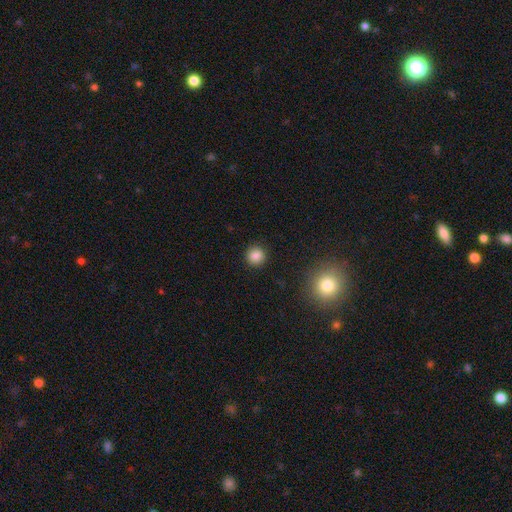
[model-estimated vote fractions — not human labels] smooth-or-featured: smooth: 85% | star or artifact: 11% | featured or disk: 4%
  how-rounded: round: 93% | in between: 6% | cigar-shaped: 1%
  merging: none: 91% | minor disturbance: 6% | major disturbance: 2% | merger: 1%